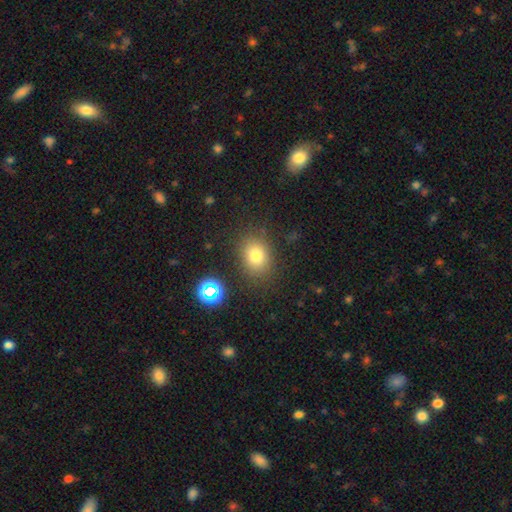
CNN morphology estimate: type=smooth (76%); roundness=in between (50%); merging=none (81%).